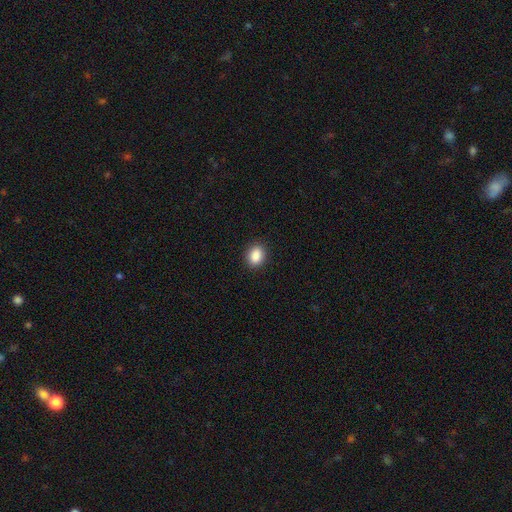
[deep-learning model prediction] Smooth or featured: smooth — 88% (star or artifact — 8%)
How rounded: in between — 62% (round — 36%)
Merging: none — 90% (minor disturbance — 7%)